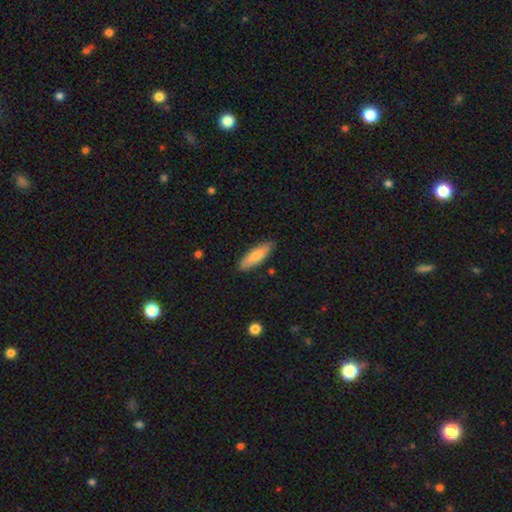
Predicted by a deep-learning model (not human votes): A smooth galaxy with no disk features (77%) that is cigar-shaped (50%). Merging: none (86%).